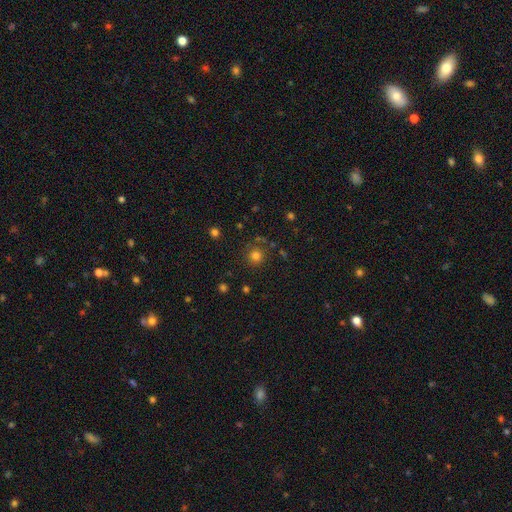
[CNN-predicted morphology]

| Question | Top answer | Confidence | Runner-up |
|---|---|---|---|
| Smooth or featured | smooth | 78% | star or artifact (16%) |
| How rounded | round | 92% | in between (7%) |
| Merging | none | 81% | minor disturbance (10%) |